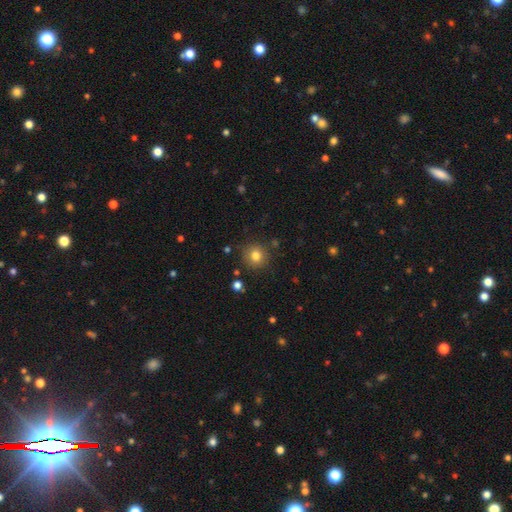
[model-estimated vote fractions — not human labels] Smooth or featured? smooth (80%)
How rounded? round (91%)
Merging? none (87%)